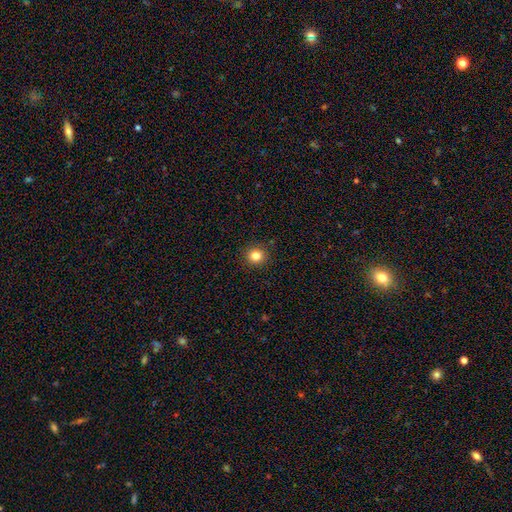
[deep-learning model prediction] smooth 82%, star or artifact 12%, featured or disk 6%. Down the decision tree: how rounded — round (89%); merging — none (91%).